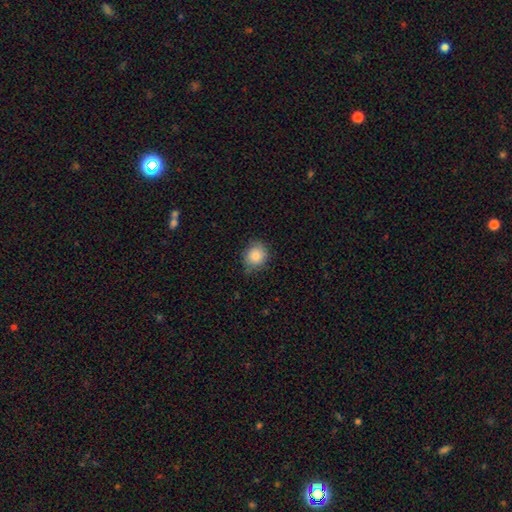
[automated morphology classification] Q: Smooth or featured?
A: smooth (87%); runner-up: star or artifact (8%)
Q: How rounded?
A: round (78%); runner-up: in between (21%)
Q: Merging?
A: none (78%); runner-up: minor disturbance (17%)